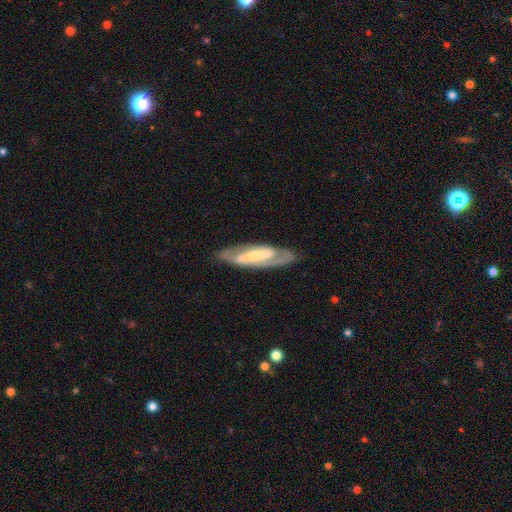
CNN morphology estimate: smooth_or_featured: featured or disk (p=0.78) [alt: smooth p=0.17]
disk_edge_on: no (p=0.82) [alt: yes p=0.18]
bar: strong (p=0.67) [alt: weak p=0.22]
has_spiral_arms: yes (p=0.79) [alt: no p=0.21]
spiral_winding: medium (p=0.43) [alt: tight p=0.39]
spiral_arm_count: 2 (p=0.81) [alt: can't tell p=0.12]
bulge_size: small (p=0.50) [alt: moderate p=0.38]
merging: none (p=0.82) [alt: minor disturbance p=0.12]